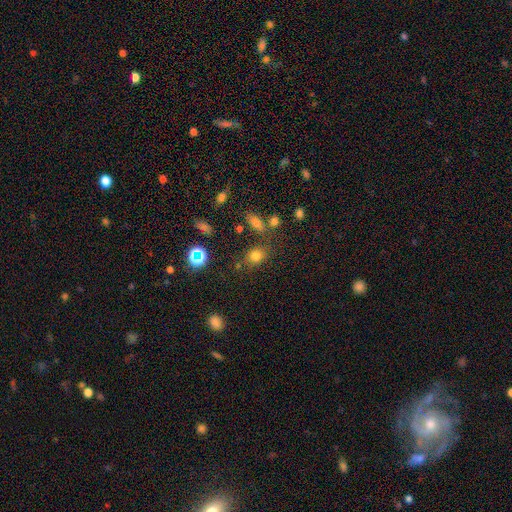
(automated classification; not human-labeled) smooth-or-featured: smooth: 74% | star or artifact: 18% | featured or disk: 8%
  how-rounded: round: 55% | in between: 43% | cigar-shaped: 2%
  merging: none: 73% | minor disturbance: 14% | merger: 8% | major disturbance: 6%